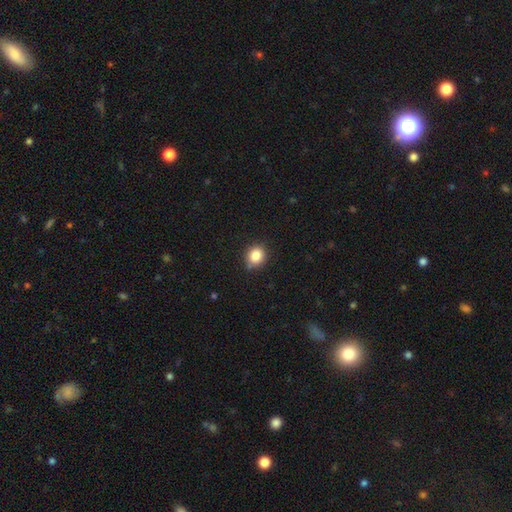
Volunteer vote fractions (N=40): A smooth galaxy with no disk features (98%) that is round (72%). Merging: none (90%).